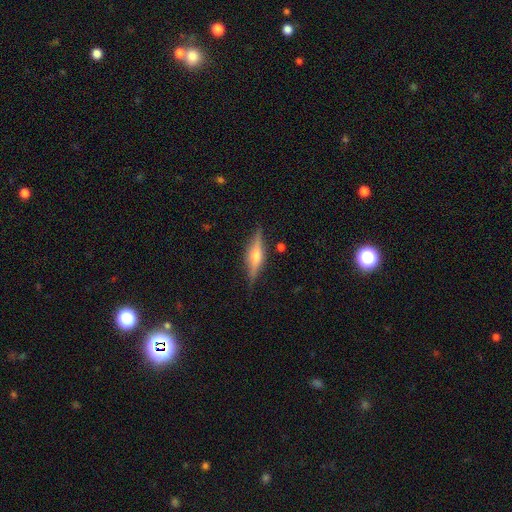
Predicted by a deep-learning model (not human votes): smooth-or-featured: featured or disk: 70% | smooth: 23% | star or artifact: 7%
  disk-edge-on: yes: 96% | no: 4%
    edge-on-bulge: rounded: 83% | boxy: 13% | none: 4%
  merging: none: 85% | minor disturbance: 11% | major disturbance: 2% | merger: 2%